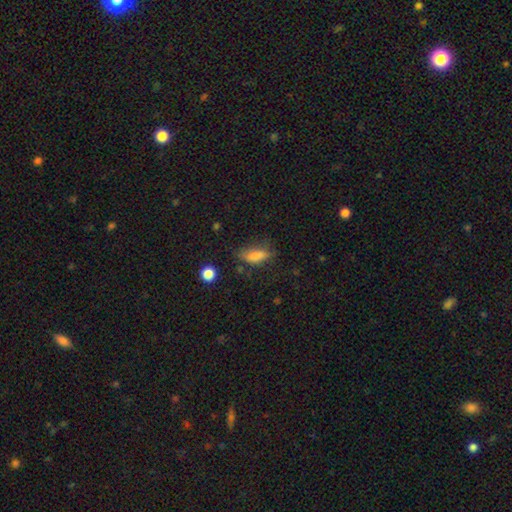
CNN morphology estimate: smooth-or-featured: smooth: 78% | featured or disk: 12% | star or artifact: 10%
  how-rounded: in between: 71% | cigar-shaped: 25% | round: 4%
  merging: none: 59% | minor disturbance: 26% | major disturbance: 11% | merger: 3%